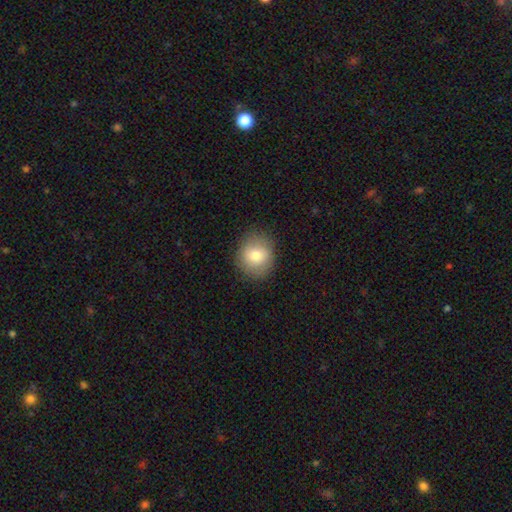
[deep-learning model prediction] Q: Smooth or featured?
A: smooth (77%); runner-up: featured or disk (13%)
Q: How rounded?
A: round (78%); runner-up: in between (21%)
Q: Merging?
A: none (86%); runner-up: minor disturbance (10%)